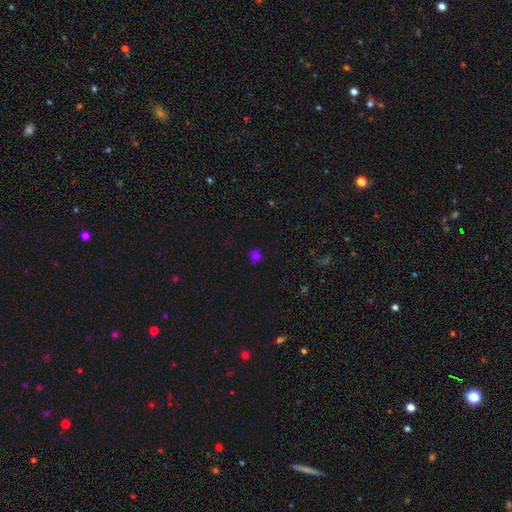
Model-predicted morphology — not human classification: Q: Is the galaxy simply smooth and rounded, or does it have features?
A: smooth — 75%.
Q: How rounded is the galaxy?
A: round — 88%.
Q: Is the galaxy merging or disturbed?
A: none — 83%.